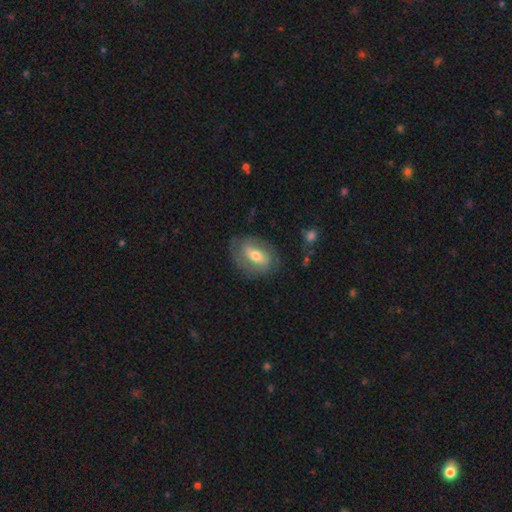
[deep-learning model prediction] This appears to be a featured or disk galaxy (59%) with a strong bar (44%), spiral arms (61%) and a moderate central bulge (66%). Merging: none (72%).